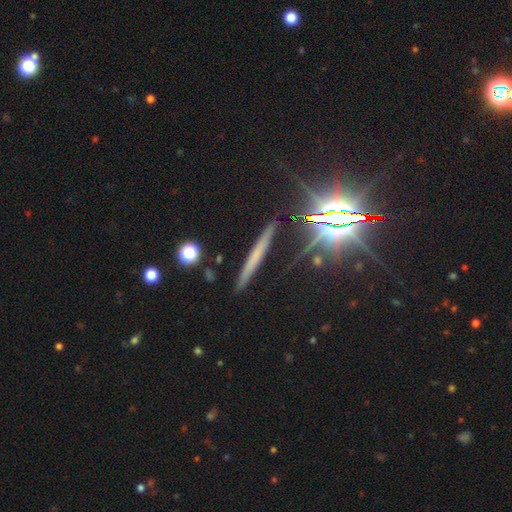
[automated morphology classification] smooth-or-featured: smooth: 41% | featured or disk: 37% | star or artifact: 22%
  merging: none: 88% | minor disturbance: 9% | major disturbance: 2% | merger: 2%